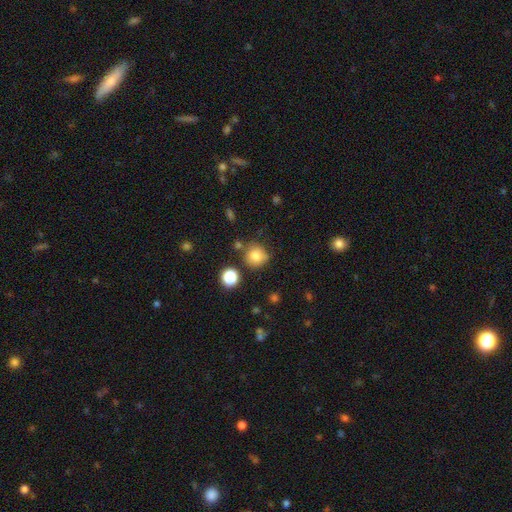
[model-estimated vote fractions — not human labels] Smooth or featured?
  - smooth: 79% *
  - star or artifact: 13%
  - featured or disk: 8%
How rounded?
  - round: 91% *
  - in between: 8%
  - cigar-shaped: 1%
Merging?
  - none: 73% *
  - minor disturbance: 14%
  - merger: 9%
  - major disturbance: 4%